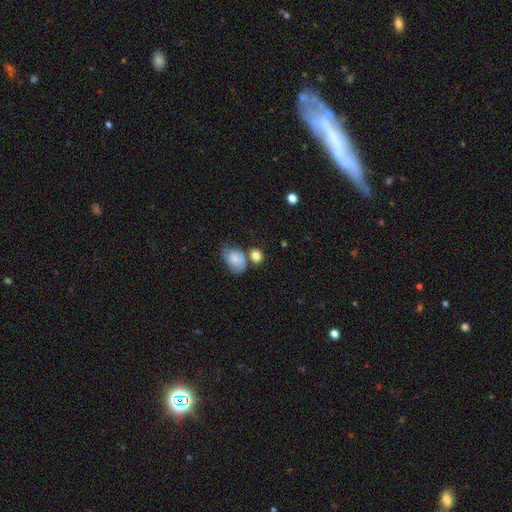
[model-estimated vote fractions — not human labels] Smooth or featured? Predicted: smooth (p=0.81). How rounded? Predicted: round (p=0.59). Merging? Predicted: none (p=0.53).